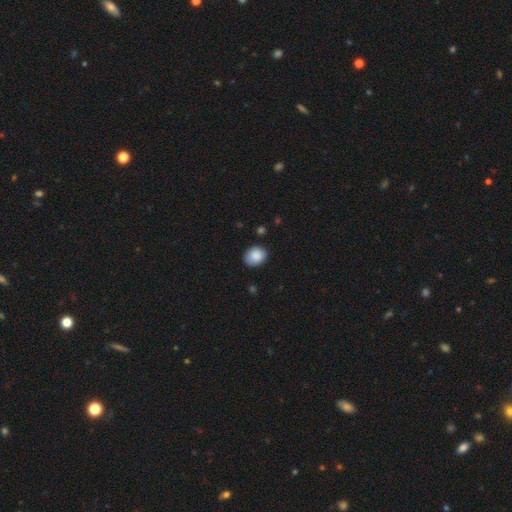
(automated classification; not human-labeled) smooth_or_featured: smooth (p=0.88) [alt: star or artifact p=0.08]
how_rounded: round (p=0.61) [alt: in between p=0.38]
merging: none (p=0.84) [alt: minor disturbance p=0.13]